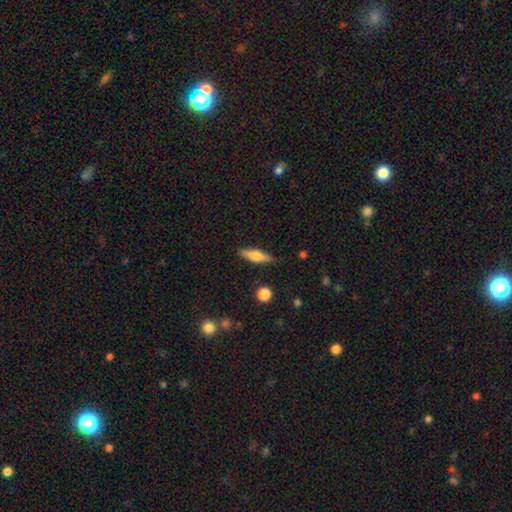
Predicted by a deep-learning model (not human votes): smooth-or-featured: smooth: 50% | featured or disk: 44% | star or artifact: 7%
  merging: none: 86% | minor disturbance: 10% | major disturbance: 2% | merger: 2%